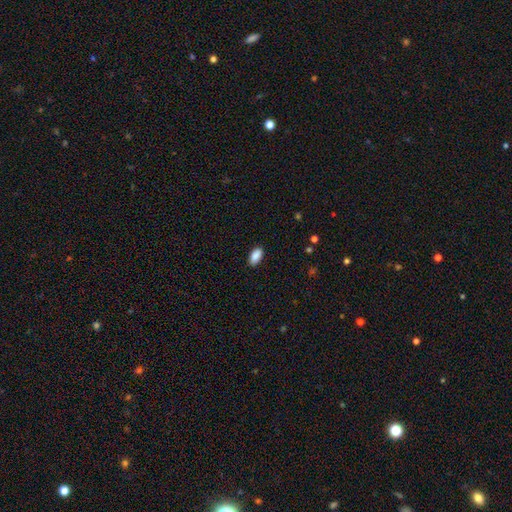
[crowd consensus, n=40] Volunteers were most divided on "merging": none: 87%, minor disturbance: 8%, major disturbance: 5%, merger: 0%. More confident: smooth or featured — smooth (92%); how rounded — in between (89%).